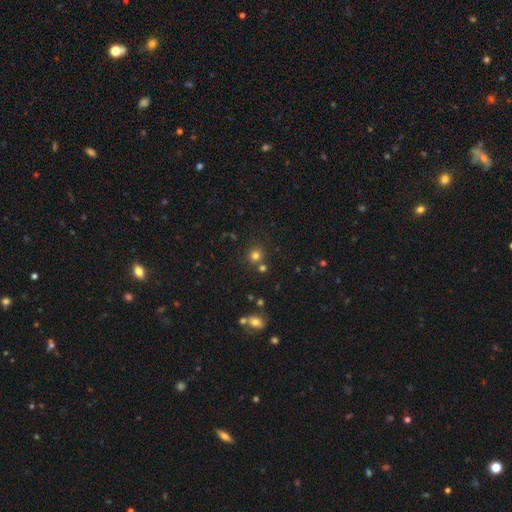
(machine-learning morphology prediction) A smooth galaxy with no disk features (75%) that is round (92%).

Vote fractions:
- Smooth or featured? smooth: 75% / star or artifact: 18% / featured or disk: 7%
- How rounded? round: 92% / in between: 7% / cigar-shaped: 1%
- Merging? none: 74% / merger: 16% / minor disturbance: 8% / major disturbance: 3%